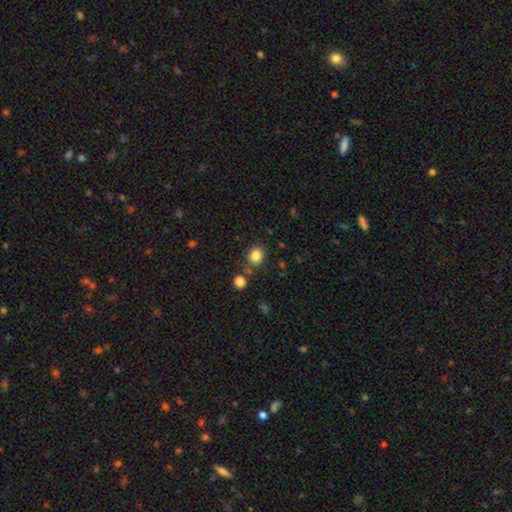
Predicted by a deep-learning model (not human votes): This appears to be a smooth galaxy with no disk features (84%) that is round (69%). Merging: none (76%).